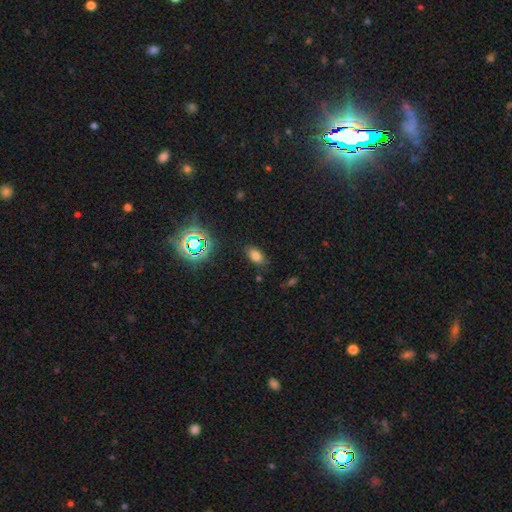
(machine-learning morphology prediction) smooth_or_featured: smooth (p=0.72) [alt: star or artifact p=0.20]
how_rounded: in between (p=0.89) [alt: round p=0.08]
merging: none (p=0.82) [alt: minor disturbance p=0.12]